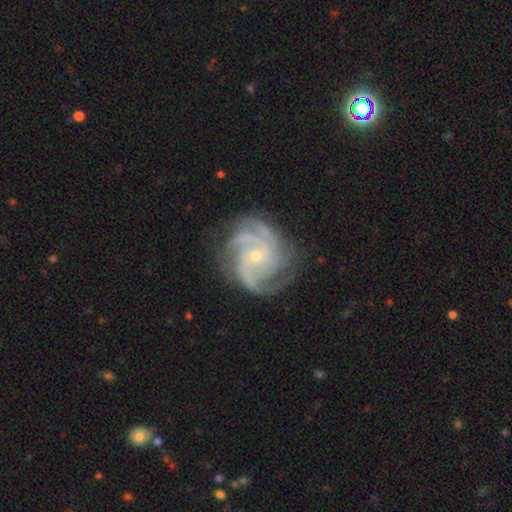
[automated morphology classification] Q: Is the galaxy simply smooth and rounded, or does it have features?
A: featured or disk — 91%.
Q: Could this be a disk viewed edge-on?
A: no — 98%.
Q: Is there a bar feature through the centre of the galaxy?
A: no — 68%.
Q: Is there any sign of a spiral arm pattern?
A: yes — 99%.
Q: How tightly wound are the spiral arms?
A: tight — 55%.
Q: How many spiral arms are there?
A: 3 — 42%.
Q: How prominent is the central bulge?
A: small — 74%.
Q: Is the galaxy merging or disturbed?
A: none — 77%.